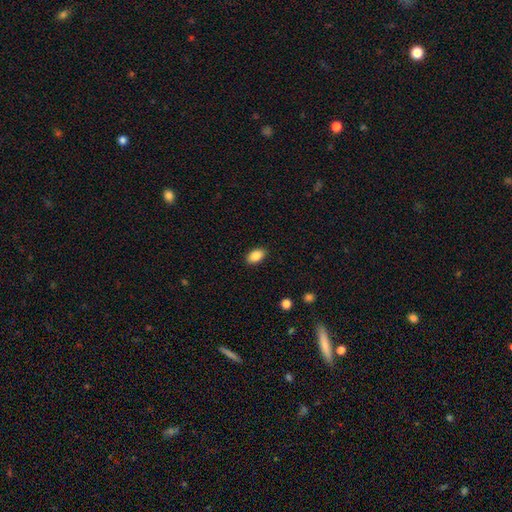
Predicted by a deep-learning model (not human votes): Smooth or featured?
  - smooth: 88% *
  - star or artifact: 8%
  - featured or disk: 4%
How rounded?
  - in between: 91% *
  - round: 7%
  - cigar-shaped: 2%
Merging?
  - none: 89% *
  - minor disturbance: 8%
  - major disturbance: 2%
  - merger: 1%